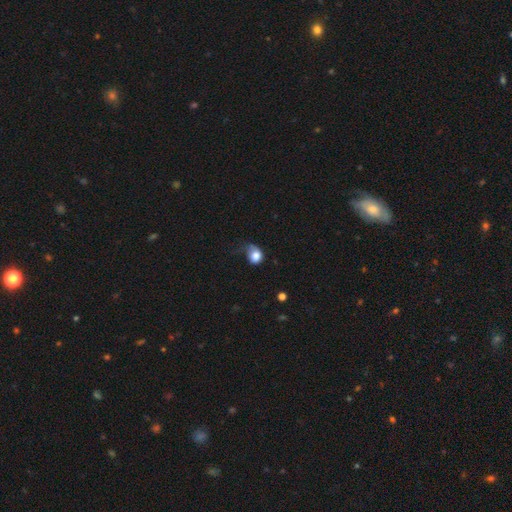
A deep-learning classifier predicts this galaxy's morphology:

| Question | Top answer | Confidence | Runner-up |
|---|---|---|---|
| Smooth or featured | smooth | 78% | featured or disk (13%) |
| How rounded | round | 58% | in between (41%) |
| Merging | major disturbance | 38% | minor disturbance (33%) |